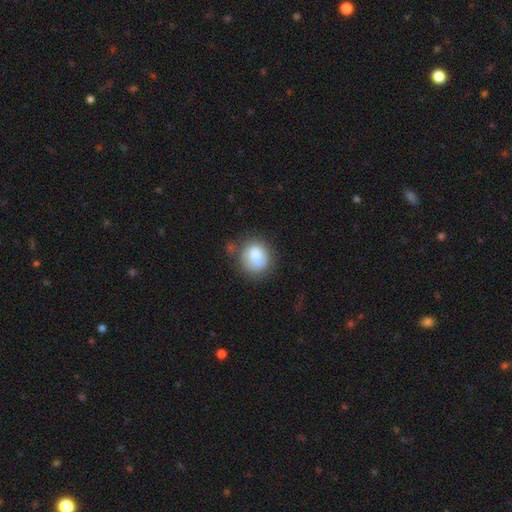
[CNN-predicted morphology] Q: Smooth or featured?
A: smooth (80%); runner-up: featured or disk (12%)
Q: How rounded?
A: round (67%); runner-up: in between (32%)
Q: Merging?
A: none (62%); runner-up: minor disturbance (23%)